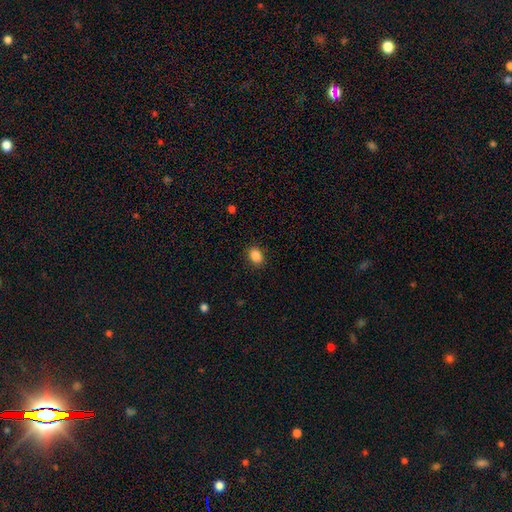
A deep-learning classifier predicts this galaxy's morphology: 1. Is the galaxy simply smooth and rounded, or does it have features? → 88% smooth, 9% star or artifact, 3% featured or disk.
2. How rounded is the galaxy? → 72% in between, 27% round, 1% cigar-shaped.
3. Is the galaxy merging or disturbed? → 88% none, 8% minor disturbance, 2% major disturbance, 1% merger.